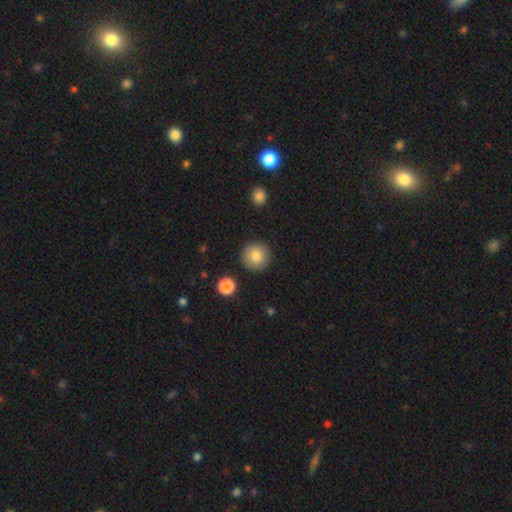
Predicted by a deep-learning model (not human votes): Smooth or featured? Predicted: smooth (p=0.83). How rounded? Predicted: round (p=0.95). Merging? Predicted: none (p=0.90).